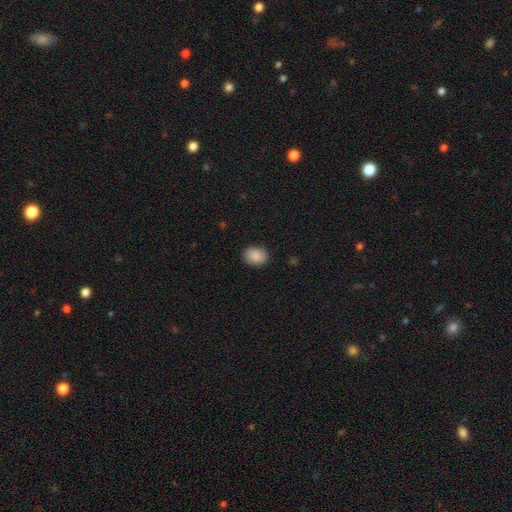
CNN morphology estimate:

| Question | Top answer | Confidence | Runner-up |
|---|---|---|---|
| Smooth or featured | smooth | 89% | star or artifact (8%) |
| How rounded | in between | 65% | round (34%) |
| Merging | none | 88% | minor disturbance (8%) |